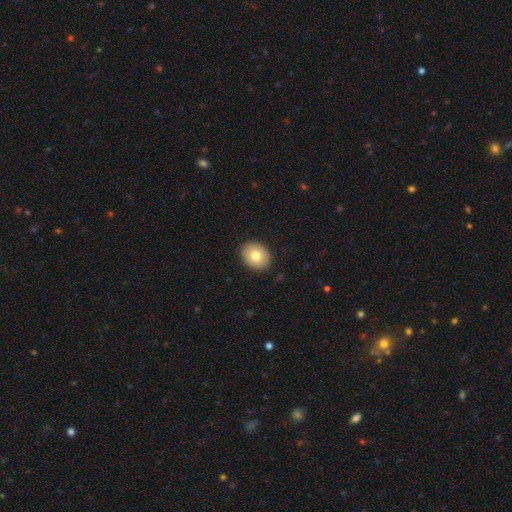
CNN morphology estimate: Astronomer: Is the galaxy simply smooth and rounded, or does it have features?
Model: smooth — 78%.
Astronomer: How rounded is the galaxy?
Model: round — 54% (runner-up: in between, 45%).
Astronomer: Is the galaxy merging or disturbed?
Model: none — 90%.